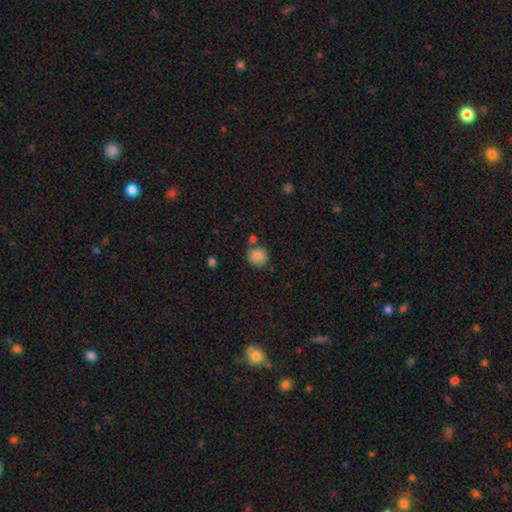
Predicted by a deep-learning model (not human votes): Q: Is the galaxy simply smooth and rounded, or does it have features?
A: smooth — 86%.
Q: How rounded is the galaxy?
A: round — 90%.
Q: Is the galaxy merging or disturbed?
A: none — 75%.